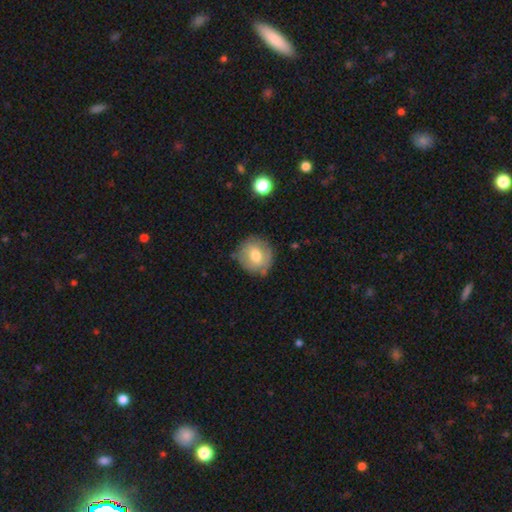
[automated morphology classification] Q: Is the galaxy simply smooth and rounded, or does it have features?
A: smooth — 67%.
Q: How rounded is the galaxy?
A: round — 87%.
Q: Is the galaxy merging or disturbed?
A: none — 74%.